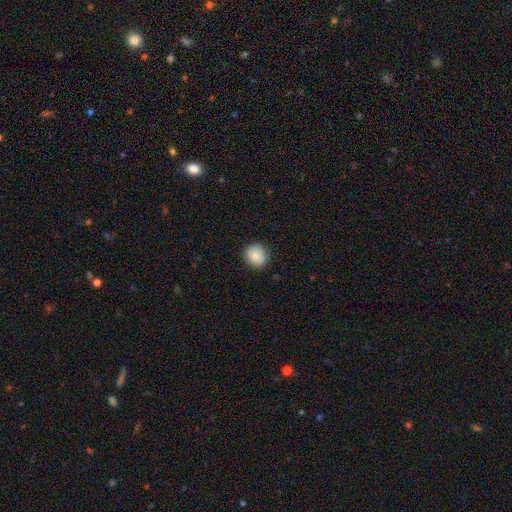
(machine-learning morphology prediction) Overall: smooth (83%). How rounded: round (78%). Merging: none (83%).